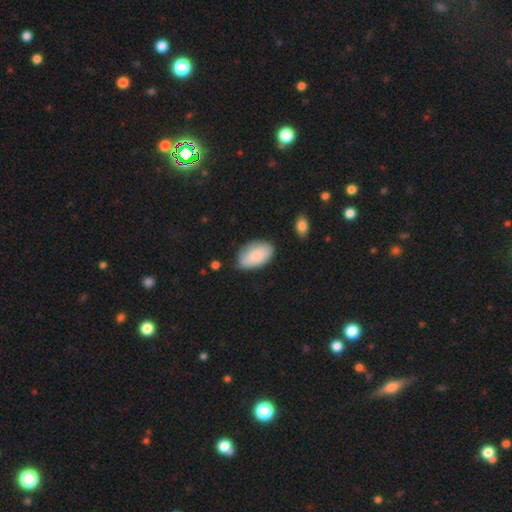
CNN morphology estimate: The model was most divided on "merging": none: 66%, minor disturbance: 25%, major disturbance: 5%, merger: 3%. More confident: how rounded — in between (94%); smooth or featured — smooth (85%).